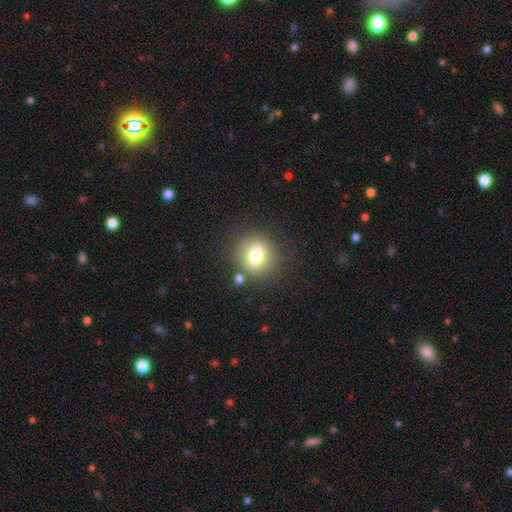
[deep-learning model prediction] Morphology: type=smooth (74%); roundness=round (81%); merging=none (80%).